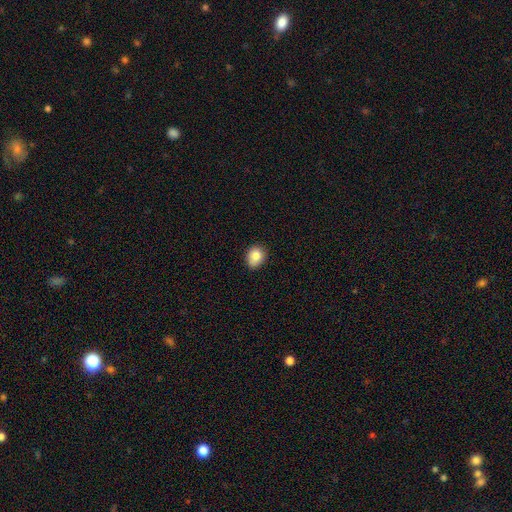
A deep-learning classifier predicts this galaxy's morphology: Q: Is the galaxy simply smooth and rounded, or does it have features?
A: smooth — 85%.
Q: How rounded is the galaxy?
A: round — 53%.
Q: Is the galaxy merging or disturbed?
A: none — 77%.